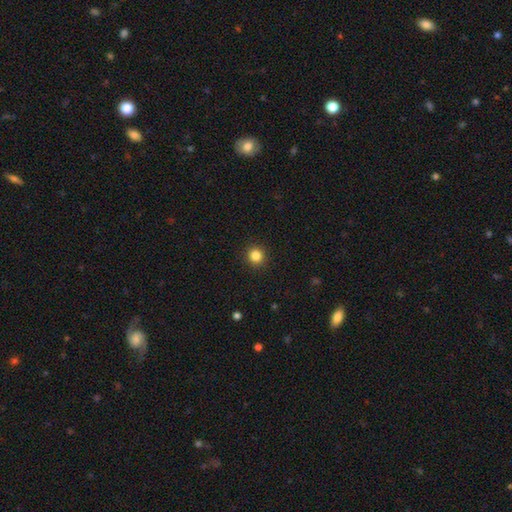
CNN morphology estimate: Smooth or featured? smooth (85%)
How rounded? round (93%)
Merging? none (93%)